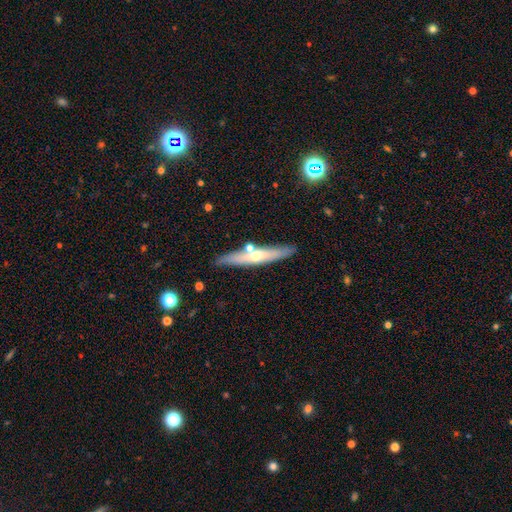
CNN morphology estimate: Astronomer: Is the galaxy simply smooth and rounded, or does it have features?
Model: featured or disk — 55% (runner-up: smooth, 39%).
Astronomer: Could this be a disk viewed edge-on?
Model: yes — 90%.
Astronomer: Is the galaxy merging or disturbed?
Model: none — 81%.